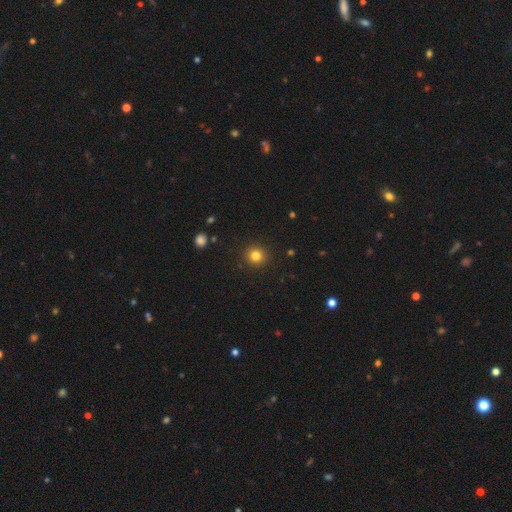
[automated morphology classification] Q: Smooth or featured?
A: smooth (82%); runner-up: star or artifact (12%)
Q: How rounded?
A: round (92%); runner-up: in between (7%)
Q: Merging?
A: none (92%); runner-up: minor disturbance (5%)